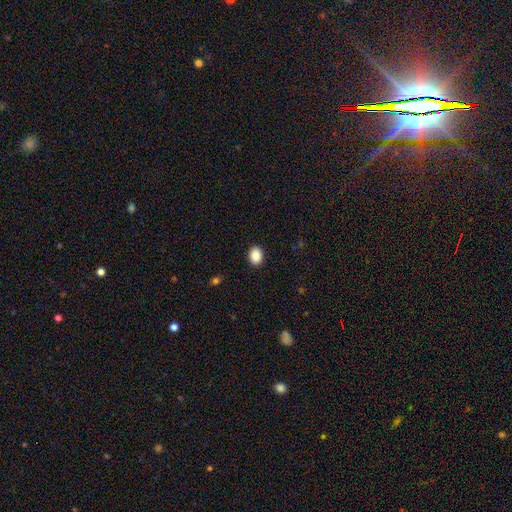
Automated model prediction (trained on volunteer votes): smooth_or_featured: smooth (p=0.89) [alt: star or artifact p=0.08]
how_rounded: in between (p=0.67) [alt: round p=0.32]
merging: none (p=0.91) [alt: minor disturbance p=0.06]